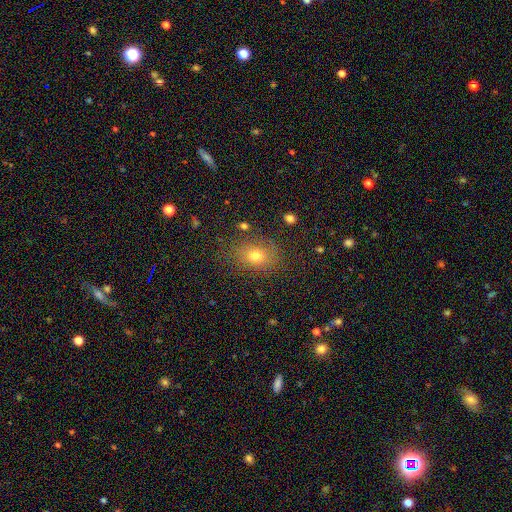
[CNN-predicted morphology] Smooth or featured?
  - smooth: 73% *
  - star or artifact: 16%
  - featured or disk: 11%
How rounded?
  - in between: 53% *
  - round: 46%
  - cigar-shaped: 1%
Merging?
  - none: 79% *
  - minor disturbance: 14%
  - major disturbance: 5%
  - merger: 2%